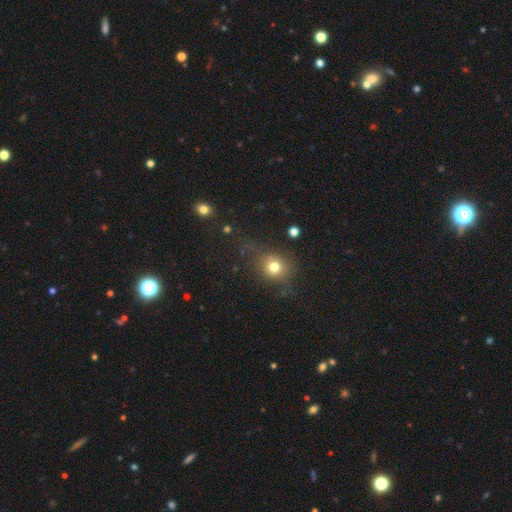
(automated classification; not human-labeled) This appears to be a smooth galaxy with no disk features (54%) that is round (77%). Merging: none (61%).